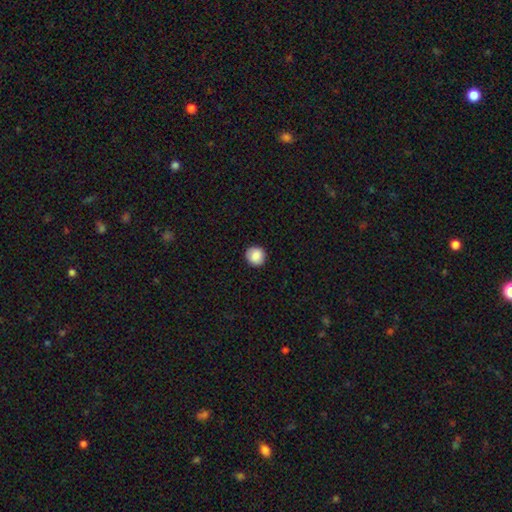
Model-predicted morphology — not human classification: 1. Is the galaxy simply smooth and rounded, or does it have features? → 86% smooth, 9% star or artifact, 5% featured or disk.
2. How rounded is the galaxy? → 94% round, 6% in between, 1% cigar-shaped.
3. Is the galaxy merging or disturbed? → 91% none, 6% minor disturbance, 2% major disturbance, 1% merger.